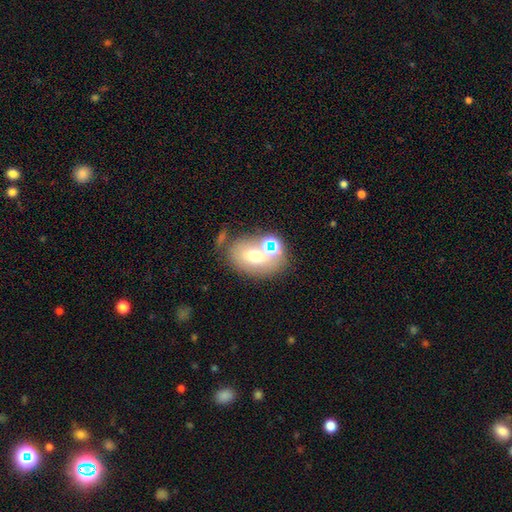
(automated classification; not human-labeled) Smooth or featured?
  - smooth: 59% *
  - featured or disk: 25%
  - star or artifact: 16%
How rounded?
  - in between: 65% *
  - round: 34%
  - cigar-shaped: 1%
Merging?
  - none: 55% *
  - merger: 21%
  - minor disturbance: 15%
  - major disturbance: 8%